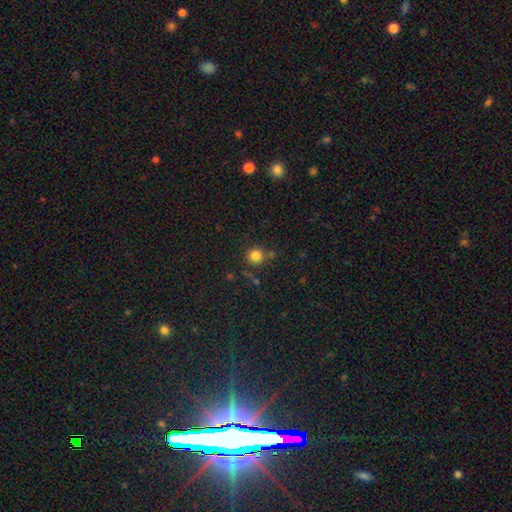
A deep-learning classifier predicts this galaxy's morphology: A smooth galaxy with no disk features (81%) that is round (93%).

Vote fractions:
- Smooth or featured? smooth: 81% / star or artifact: 13% / featured or disk: 6%
- How rounded? round: 93% / in between: 6% / cigar-shaped: 1%
- Merging? none: 77% / minor disturbance: 10% / merger: 9% / major disturbance: 4%